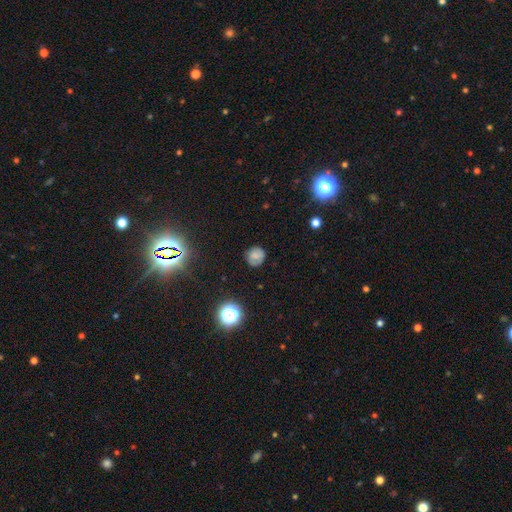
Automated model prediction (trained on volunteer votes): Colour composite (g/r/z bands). It shows a smooth galaxy with no disk features (71%) that is round (85%). Merging: none (76%).